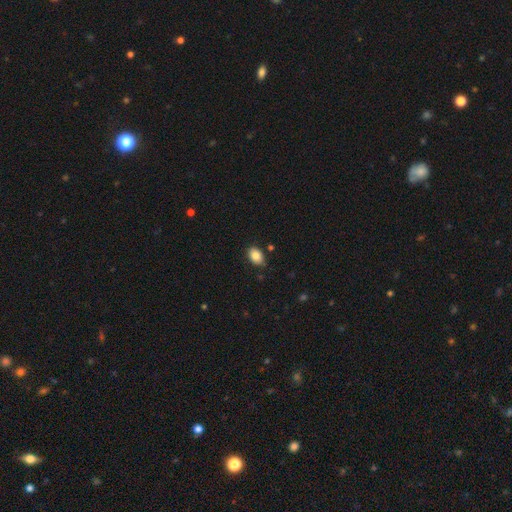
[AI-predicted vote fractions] Q: Smooth or featured?
A: smooth (85%); runner-up: star or artifact (8%)
Q: How rounded?
A: in between (81%); runner-up: round (18%)
Q: Merging?
A: none (83%); runner-up: minor disturbance (13%)